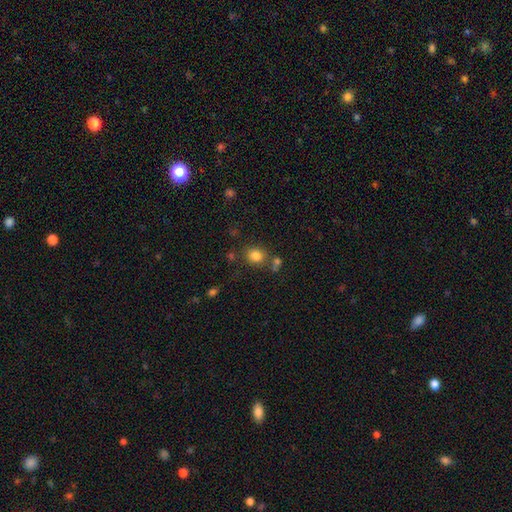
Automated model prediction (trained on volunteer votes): This is clearly a smooth galaxy (81%). How rounded: likely round (73%). Merging: likely none (72%).